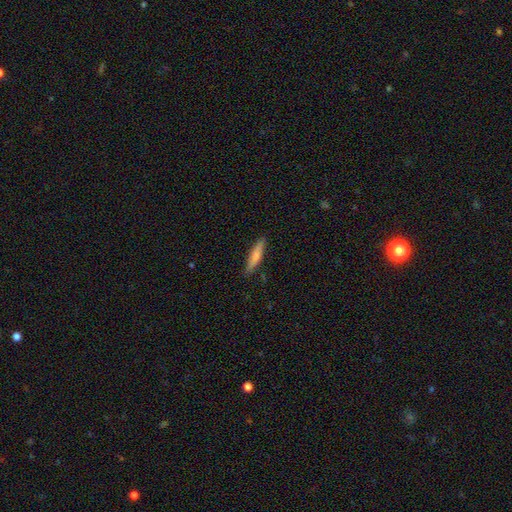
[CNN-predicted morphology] The model was most divided on "smooth or featured": smooth: 73%, featured or disk: 21%, star or artifact: 6%. More confident: merging — none (86%); how rounded — cigar-shaped (86%).